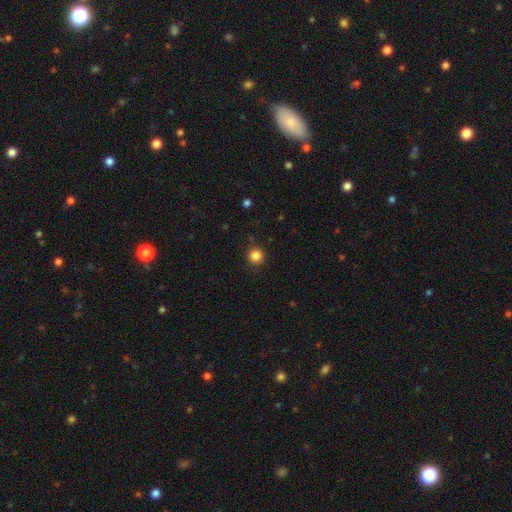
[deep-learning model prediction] Smooth or featured: smooth — 85% (star or artifact — 12%)
How rounded: round — 95% (in between — 4%)
Merging: none — 89% (minor disturbance — 7%)